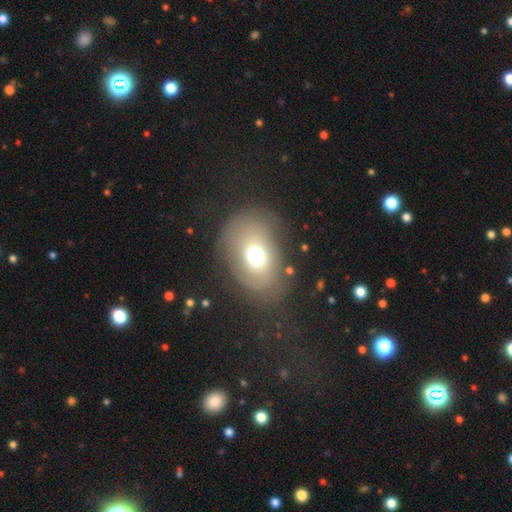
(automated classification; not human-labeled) smooth 59%, featured or disk 26%, star or artifact 14%. Down the decision tree: how rounded — in between (65%); merging — none (63%).